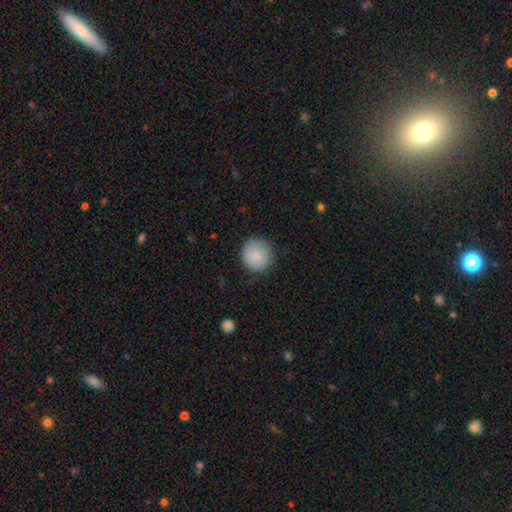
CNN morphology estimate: Smooth or featured? smooth (85%)
How rounded? round (93%)
Merging? none (87%)